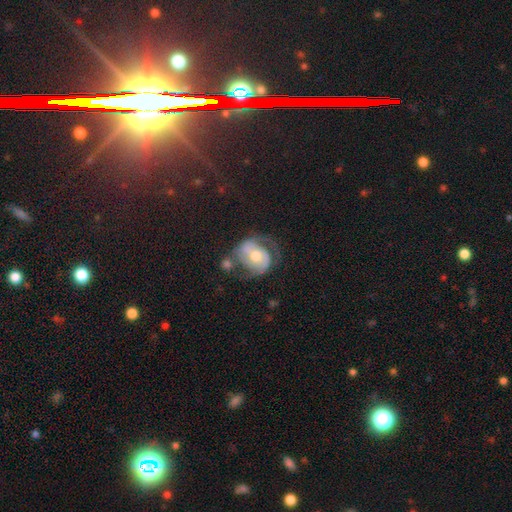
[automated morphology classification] smooth-or-featured: featured or disk: 71% | smooth: 23% | star or artifact: 6%
  disk-edge-on: no: 97% | yes: 3%
    bar: no: 57% | weak: 31% | strong: 12%
    has-spiral-arms: yes: 84% | no: 16%
      spiral-winding: medium: 46% | loose: 28% | tight: 25%
      spiral-arm-count: 2: 79% | can't tell: 9% | 1: 9% | 3: 2% | 4: 1% | more than 4: 1%
    bulge-size: moderate: 71% | small: 17% | large: 9% | none: 1% | dominant: 1%
  merging: none: 46% | minor disturbance: 22% | major disturbance: 21% | merger: 11%